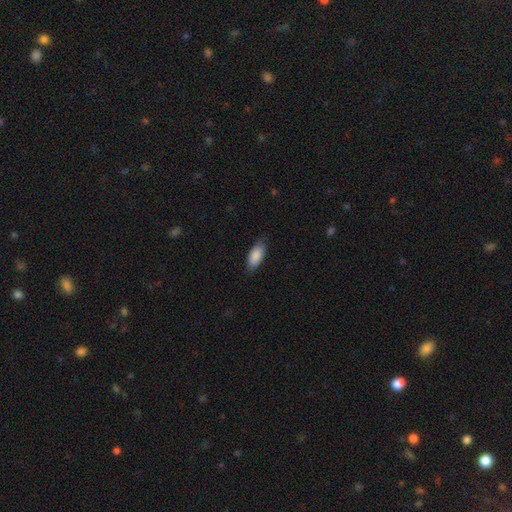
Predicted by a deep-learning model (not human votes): smooth 87%, featured or disk 7%, star or artifact 6%. Down the decision tree: how rounded — in between (86%); merging — none (80%).